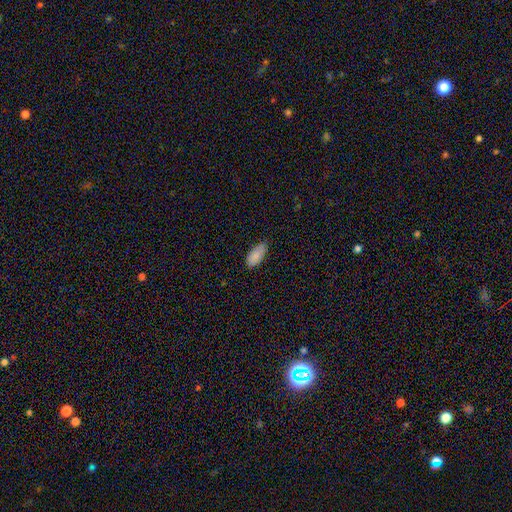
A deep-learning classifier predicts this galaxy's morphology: smooth_or_featured: smooth (p=0.86) [alt: featured or disk p=0.07]
how_rounded: in between (p=0.91) [alt: cigar-shaped p=0.07]
merging: none (p=0.72) [alt: minor disturbance p=0.24]